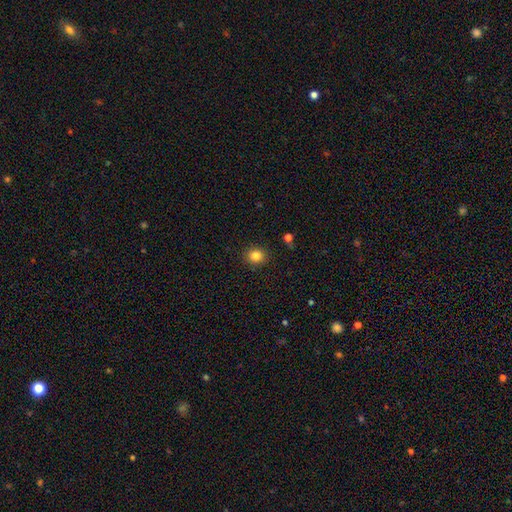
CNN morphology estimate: This appears to be a smooth galaxy with no disk features (83%) that is round (81%). Merging: none (91%).